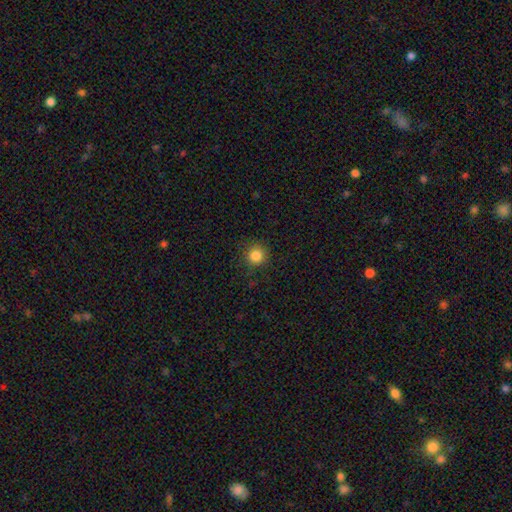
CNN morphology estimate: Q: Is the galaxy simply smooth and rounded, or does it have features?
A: smooth — 84%.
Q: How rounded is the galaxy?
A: round — 95%.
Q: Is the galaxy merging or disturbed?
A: none — 89%.